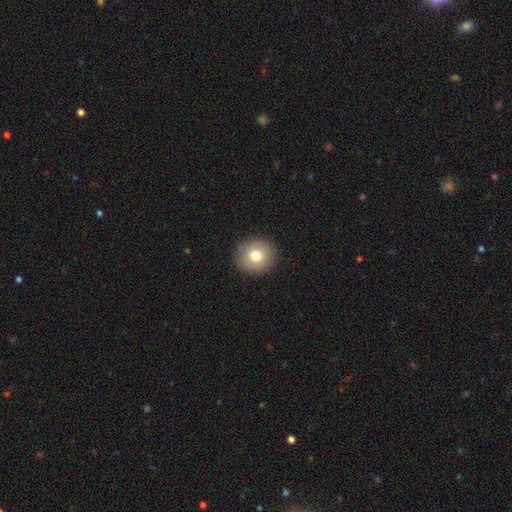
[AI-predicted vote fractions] Q: Smooth or featured?
A: smooth (76%); runner-up: featured or disk (15%)
Q: How rounded?
A: round (82%); runner-up: in between (17%)
Q: Merging?
A: none (89%); runner-up: minor disturbance (8%)